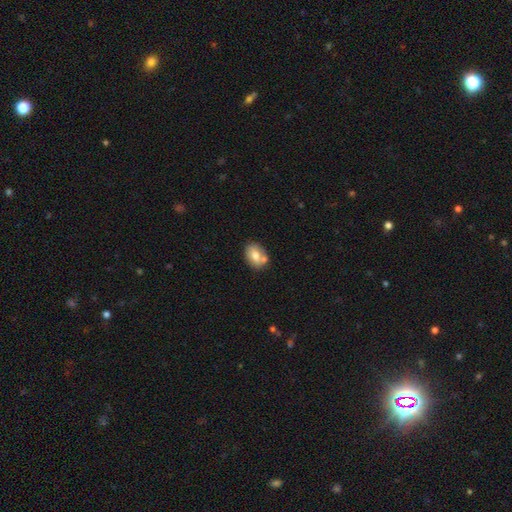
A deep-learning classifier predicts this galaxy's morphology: smooth-or-featured: smooth: 71% | featured or disk: 21% | star or artifact: 8%
  how-rounded: in between: 73% | round: 26% | cigar-shaped: 1%
  merging: none: 62% | merger: 21% | minor disturbance: 14% | major disturbance: 3%